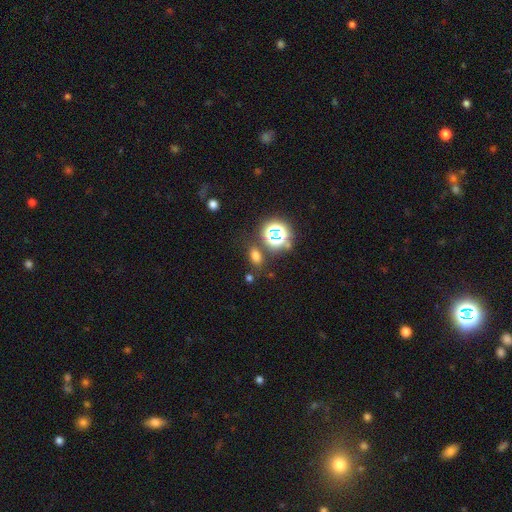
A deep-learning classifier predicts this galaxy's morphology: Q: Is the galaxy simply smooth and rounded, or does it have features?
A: smooth — 65%.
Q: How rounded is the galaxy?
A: in between — 73%.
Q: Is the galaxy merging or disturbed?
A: none — 78%.